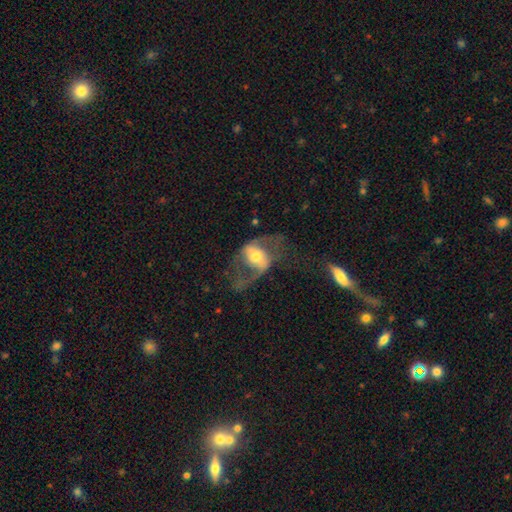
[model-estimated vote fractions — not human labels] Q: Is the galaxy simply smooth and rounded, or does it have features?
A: featured or disk — 70%.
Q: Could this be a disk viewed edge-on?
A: no — 93%.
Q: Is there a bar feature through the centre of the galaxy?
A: no — 38%.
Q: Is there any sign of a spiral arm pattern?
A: yes — 73%.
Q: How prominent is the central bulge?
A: moderate — 62%.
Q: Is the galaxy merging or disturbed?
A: none — 44%.